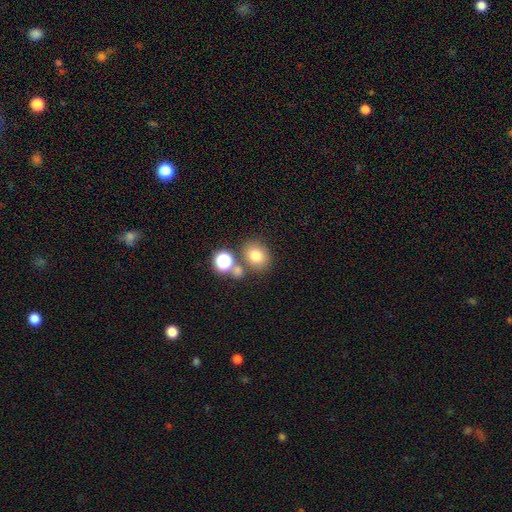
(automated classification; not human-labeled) smooth 75%, star or artifact 15%, featured or disk 10%. Down the decision tree: how rounded — round (63%); merging — none (69%).